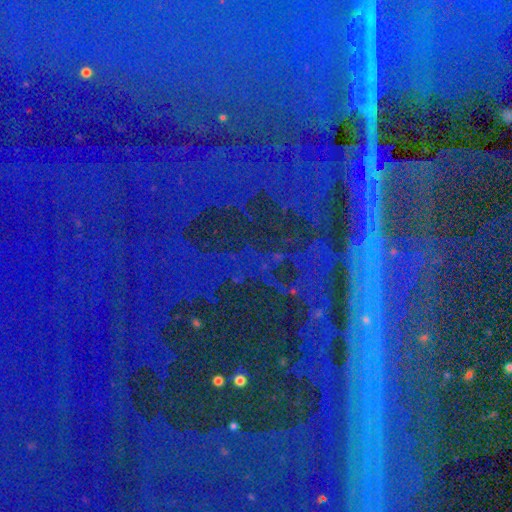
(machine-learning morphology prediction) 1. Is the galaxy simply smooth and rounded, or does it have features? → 89% star or artifact, 5% smooth, 5% featured or disk.